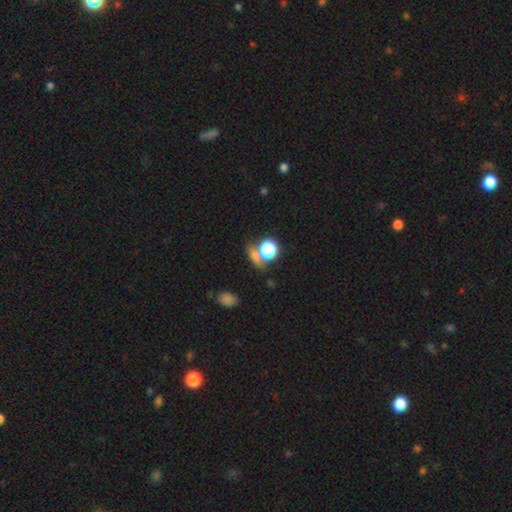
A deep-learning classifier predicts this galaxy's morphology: smooth 63%, star or artifact 26%, featured or disk 11%. Down the decision tree: how rounded — round (60%); merging — none (58%).